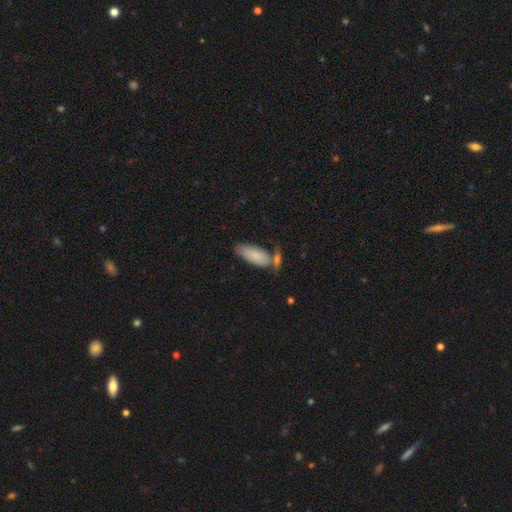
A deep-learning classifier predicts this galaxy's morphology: type=smooth (80%); roundness=in between (80%); merging=none (56%).